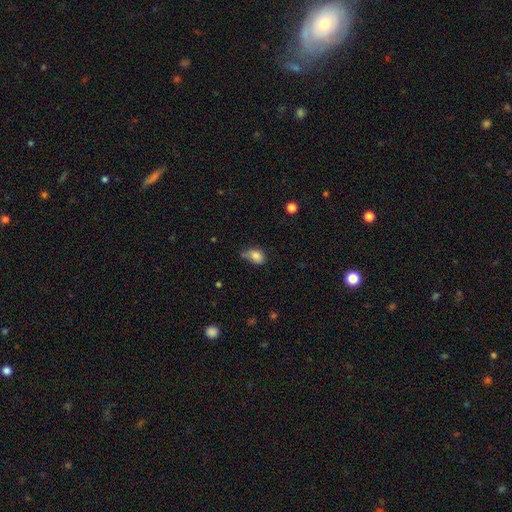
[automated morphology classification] This is clearly a smooth galaxy (82%). How rounded: likely in between (73%). Merging: marginally none (43%).